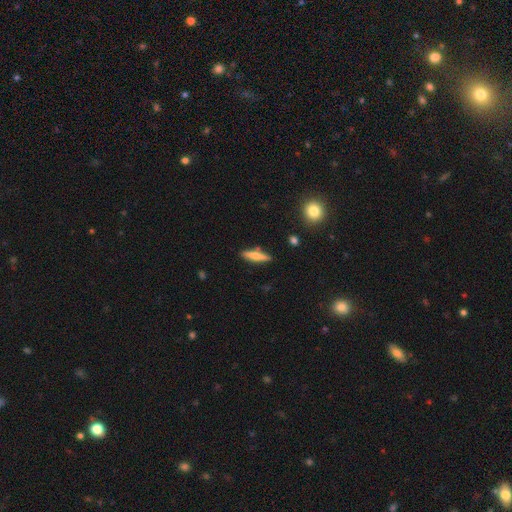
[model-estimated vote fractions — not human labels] This is possibly a smooth galaxy (53%). How rounded: clearly cigar-shaped (80%). Merging: clearly none (85%).